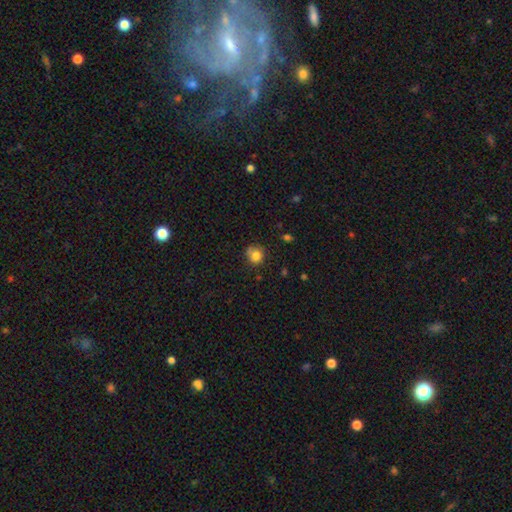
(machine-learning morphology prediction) The model was most divided on "merging": none: 65%, minor disturbance: 20%, merger: 9%, major disturbance: 5%. More confident: how rounded — round (86%); smooth or featured — smooth (81%).